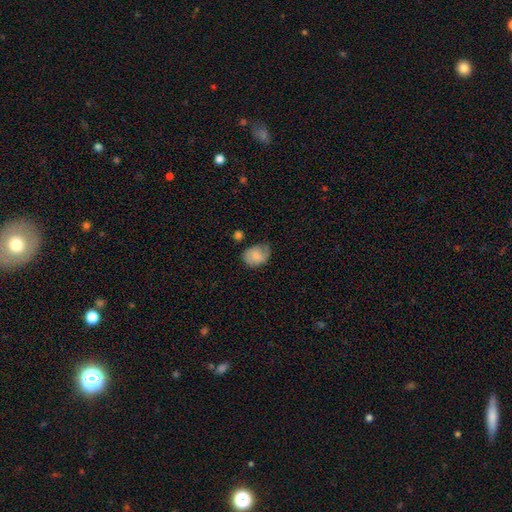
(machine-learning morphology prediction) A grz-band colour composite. It shows a smooth galaxy with no disk features (70%) that is in between round and cigar-shaped (63%). Merging: none (48%).